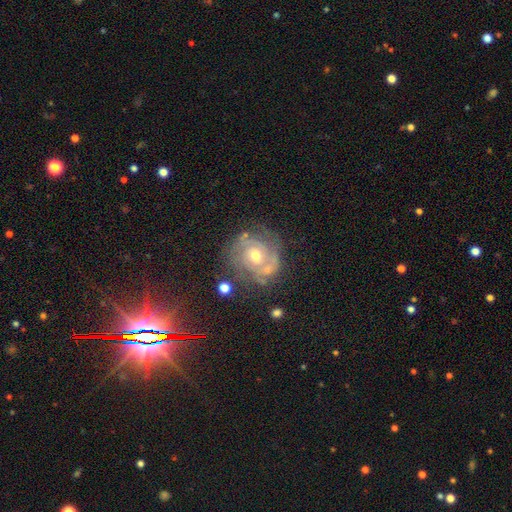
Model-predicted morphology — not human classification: smooth-or-featured: featured or disk: 76% | smooth: 12% | star or artifact: 12%
  disk-edge-on: no: 97% | yes: 3%
    bar: no: 73% | weak: 21% | strong: 6%
    has-spiral-arms: yes: 88% | no: 12%
      spiral-winding: tight: 62% | medium: 31% | loose: 8%
      spiral-arm-count: 2: 39% | can't tell: 30% | 3: 17% | 1: 5% | 4: 5% | more than 4: 4%
    bulge-size: moderate: 65% | small: 30% | large: 3% | none: 1% | dominant: 1%
  merging: none: 67% | minor disturbance: 18% | major disturbance: 9% | merger: 5%